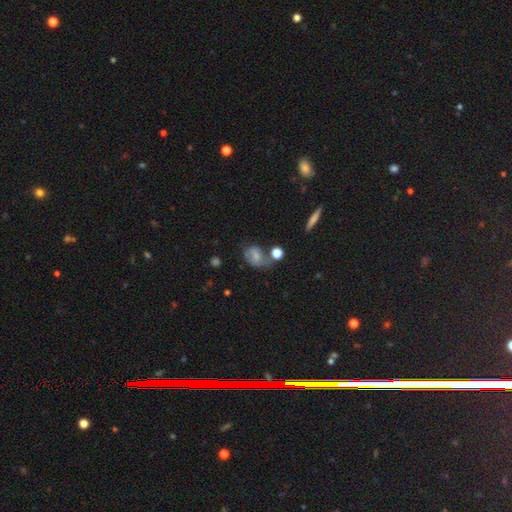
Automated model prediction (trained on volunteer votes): Overall: smooth (56%; featured or disk 32%). How rounded: in between (71%). Merging: none (36%; minor disturbance 28%).